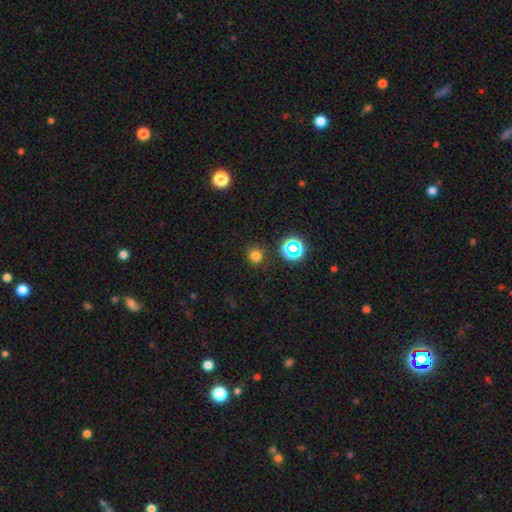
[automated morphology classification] smooth 74%, star or artifact 21%, featured or disk 5%. Down the decision tree: how rounded — round (94%); merging — none (89%).